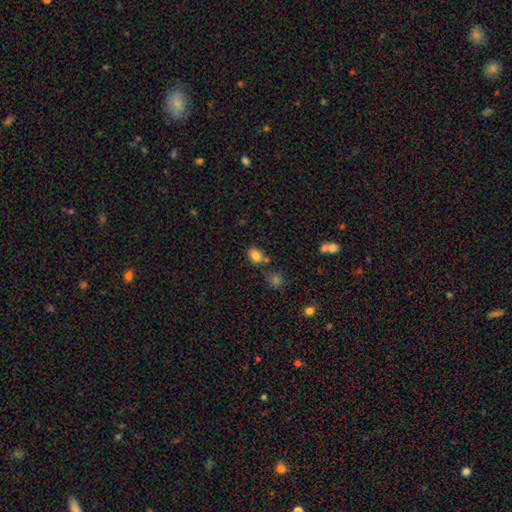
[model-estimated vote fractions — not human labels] Smooth or featured? Predicted: smooth (p=0.83). How rounded? Predicted: in between (p=0.54). Merging? Predicted: none (p=0.66).